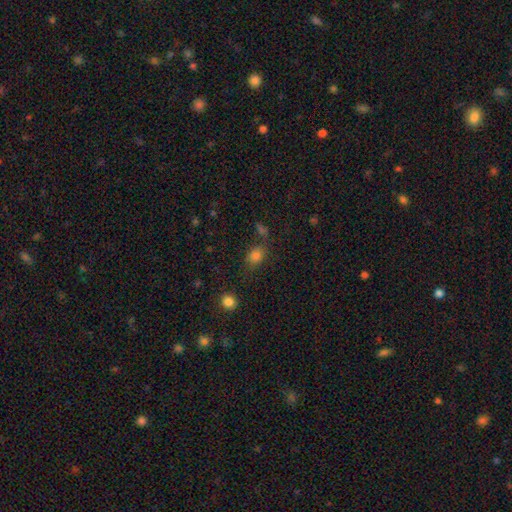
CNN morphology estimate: This appears to be a smooth galaxy with no disk features (78%) that is in between round and cigar-shaped (61%). Merging: none (70%).